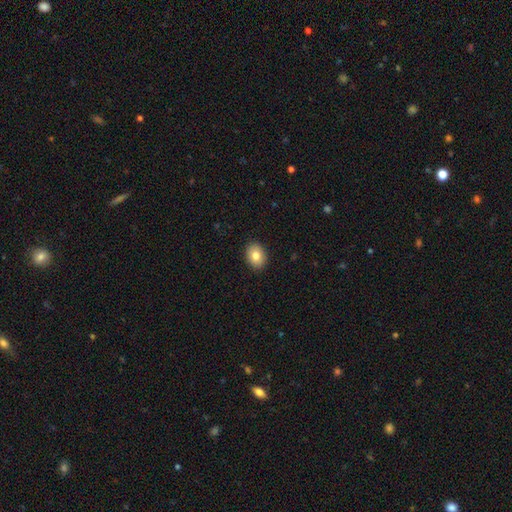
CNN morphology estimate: A smooth galaxy with no disk features (82%) that is in between round and cigar-shaped (65%).

Vote fractions:
- Smooth or featured? smooth: 82% / featured or disk: 10% / star or artifact: 8%
- How rounded? in between: 65% / round: 34% / cigar-shaped: 1%
- Merging? none: 91% / minor disturbance: 7% / major disturbance: 2% / merger: 1%